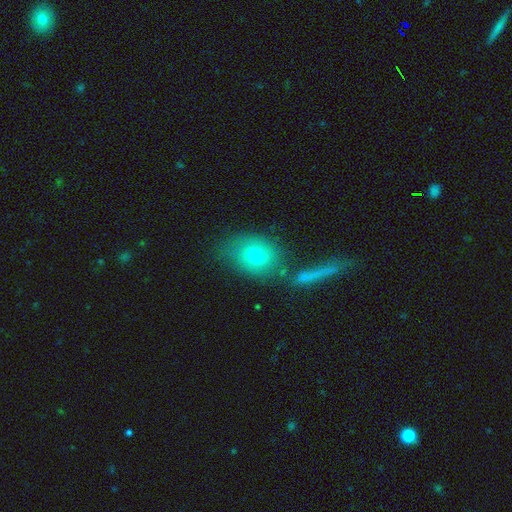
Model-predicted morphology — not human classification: A smooth galaxy with no disk features (69%) that is in between round and cigar-shaped (61%).

Vote fractions:
- Smooth or featured? smooth: 69% / featured or disk: 20% / star or artifact: 11%
- How rounded? in between: 61% / round: 37% / cigar-shaped: 2%
- Merging? none: 66% / minor disturbance: 15% / merger: 12% / major disturbance: 7%